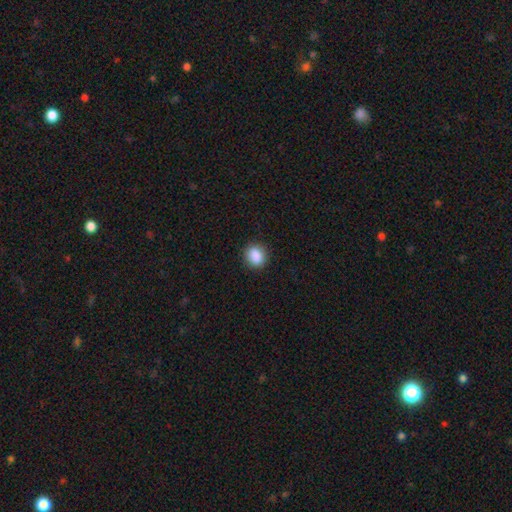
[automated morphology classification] A smooth galaxy with no disk features (88%) that is round (65%).

Vote fractions:
- Smooth or featured? smooth: 88% / star or artifact: 8% / featured or disk: 4%
- How rounded? round: 65% / in between: 33% / cigar-shaped: 1%
- Merging? none: 87% / minor disturbance: 9% / major disturbance: 2% / merger: 1%